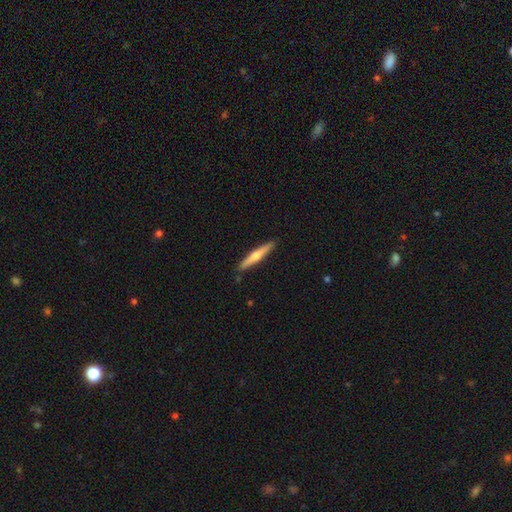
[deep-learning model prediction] smooth-or-featured: featured or disk: 50% | smooth: 45% | star or artifact: 5%
  disk-edge-on: yes: 97% | no: 3%
  merging: none: 91% | minor disturbance: 7% | major disturbance: 1% | merger: 1%